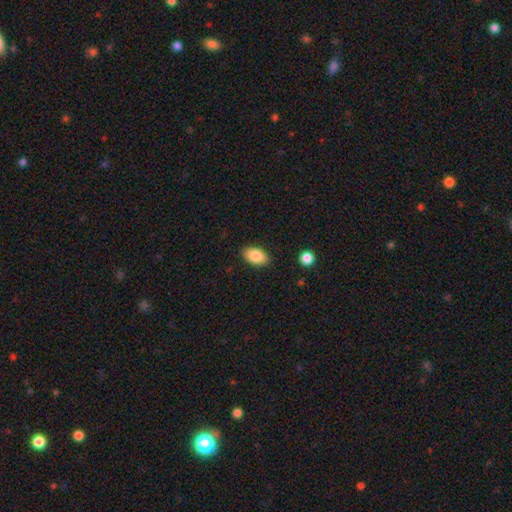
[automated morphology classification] This appears to be a smooth galaxy with no disk features (85%) that is in between round and cigar-shaped (92%). Merging: none (87%).